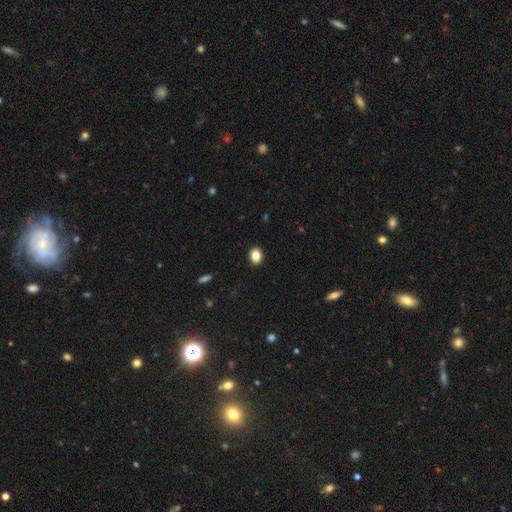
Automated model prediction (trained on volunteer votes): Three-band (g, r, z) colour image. It shows a smooth galaxy with no disk features (87%) that is in between round and cigar-shaped (65%). Merging: none (91%).